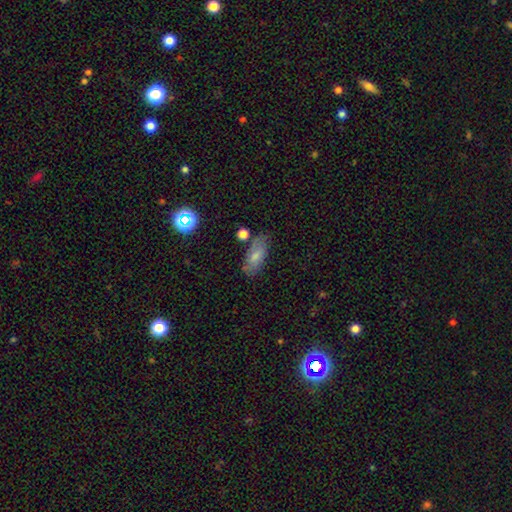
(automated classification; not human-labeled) Q: Smooth or featured?
A: smooth (70%); runner-up: featured or disk (21%)
Q: How rounded?
A: in between (84%); runner-up: cigar-shaped (12%)
Q: Merging?
A: none (70%); runner-up: minor disturbance (19%)